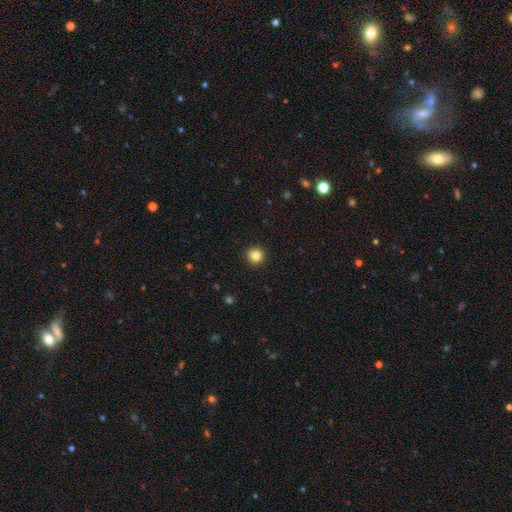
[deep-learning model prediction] A smooth galaxy with no disk features (83%) that is round (93%).

Vote fractions:
- Smooth or featured? smooth: 83% / star or artifact: 11% / featured or disk: 5%
- How rounded? round: 93% / in between: 6% / cigar-shaped: 1%
- Merging? none: 92% / minor disturbance: 5% / major disturbance: 2% / merger: 1%